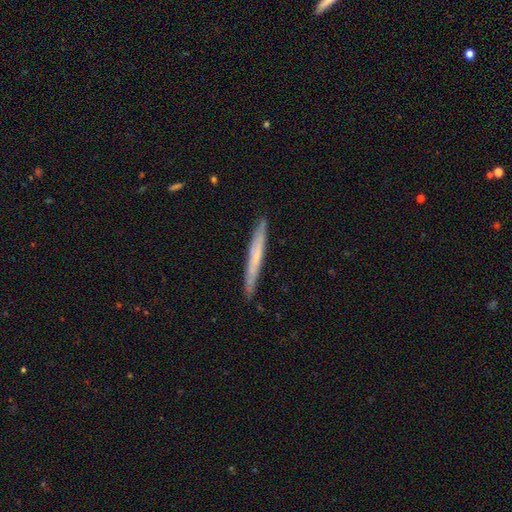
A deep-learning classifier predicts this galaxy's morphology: A smooth galaxy with no disk features (51%) that is cigar-shaped (97%). Merging: none (89%).